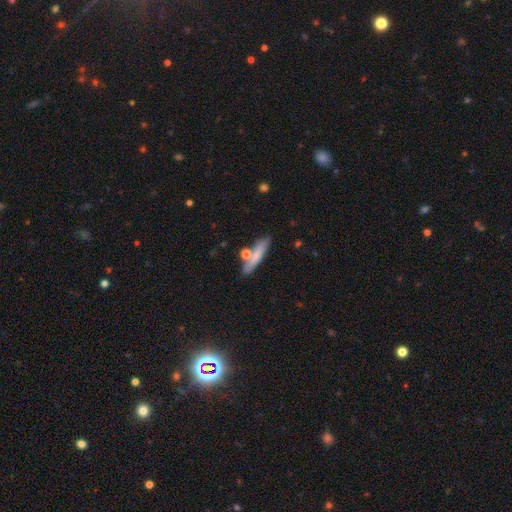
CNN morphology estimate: This is likely a smooth galaxy (72%). How rounded: likely cigar-shaped (79%). Merging: likely none (71%).